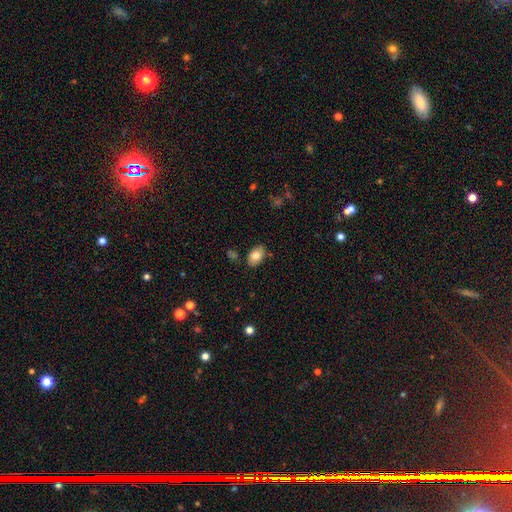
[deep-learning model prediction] This appears to be a smooth galaxy with no disk features (81%) that is in between round and cigar-shaped (89%). Merging: none (83%).